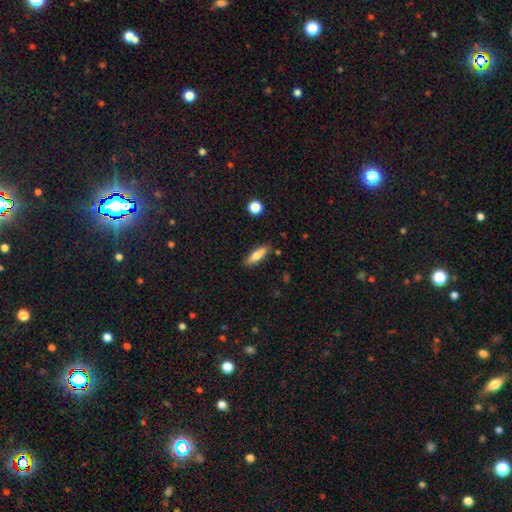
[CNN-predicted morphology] smooth-or-featured: smooth: 76% | featured or disk: 17% | star or artifact: 7%
  how-rounded: cigar-shaped: 50% | in between: 48% | round: 2%
  merging: none: 84% | minor disturbance: 11% | merger: 2% | major disturbance: 2%